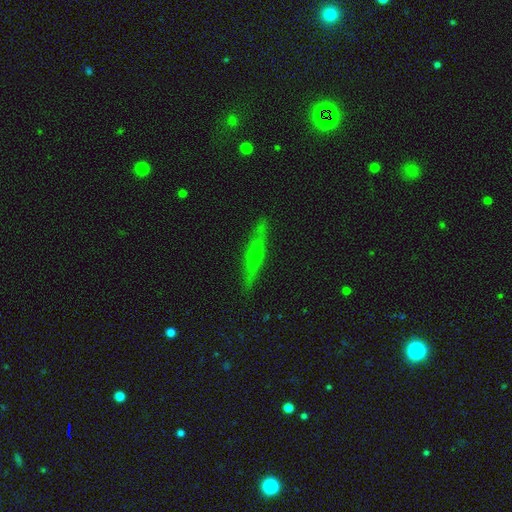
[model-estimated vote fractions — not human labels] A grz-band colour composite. It shows a featured or disk galaxy (53%) viewed edge-on (91%). Merging: none (87%).